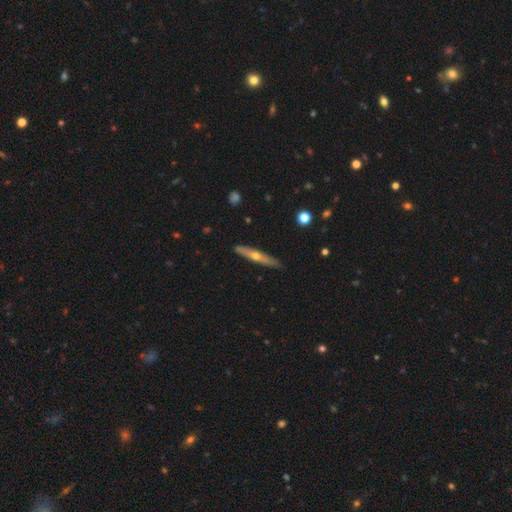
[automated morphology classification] A featured or disk galaxy (60%) viewed edge-on (93%) with a rounded central bulge (85%). Merging: none (88%).